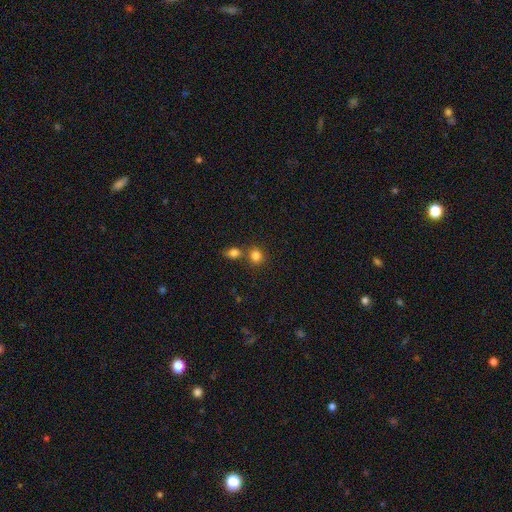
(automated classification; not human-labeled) Smooth or featured? Predicted: smooth (p=0.82). How rounded? Predicted: round (p=0.77). Merging? Predicted: none (p=0.61).